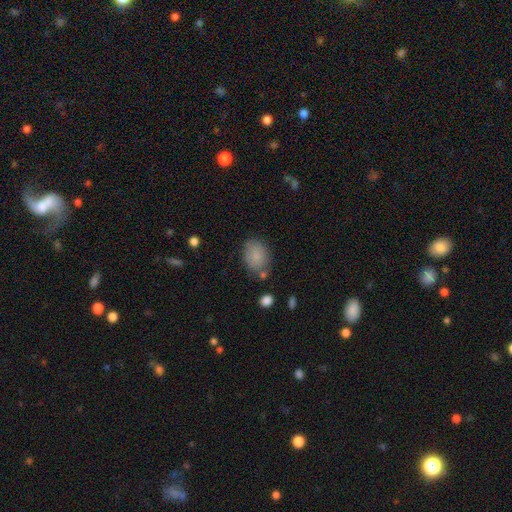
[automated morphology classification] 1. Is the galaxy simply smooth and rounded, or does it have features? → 85% smooth, 8% star or artifact, 7% featured or disk.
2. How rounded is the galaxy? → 67% in between, 32% round, 1% cigar-shaped.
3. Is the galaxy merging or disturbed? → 72% none, 17% minor disturbance, 6% merger, 5% major disturbance.